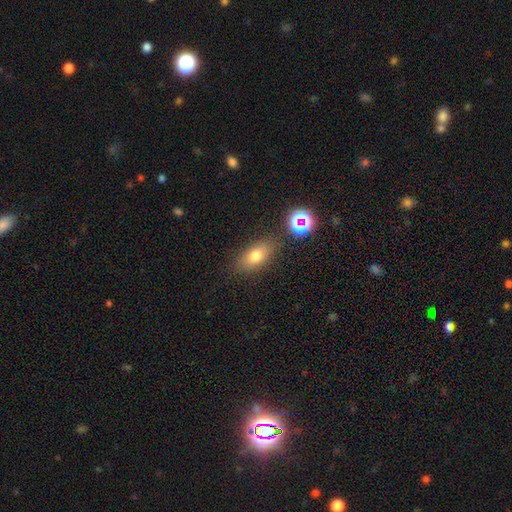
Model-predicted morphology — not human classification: type=smooth (72%); roundness=in between (79%); merging=none (82%).